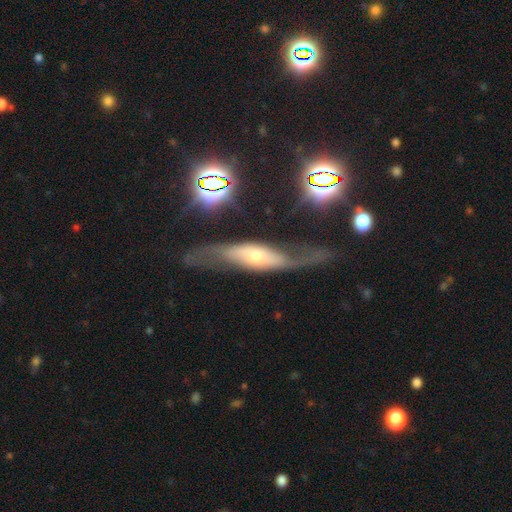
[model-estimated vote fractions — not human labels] Morphology: type=featured or disk (70%); edge-on=no (59%); merging=none (57%).